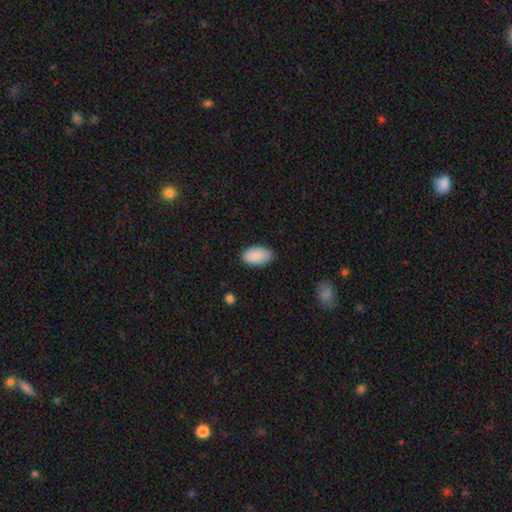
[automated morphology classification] A smooth galaxy with no disk features (90%) that is in between round and cigar-shaped (94%). Merging: none (79%).